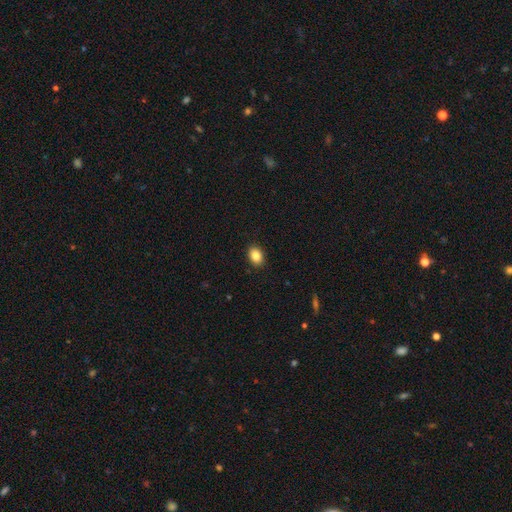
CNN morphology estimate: A smooth galaxy with no disk features (87%) that is in between round and cigar-shaped (72%).

Vote fractions:
- Smooth or featured? smooth: 87% / star or artifact: 9% / featured or disk: 4%
- How rounded? in between: 72% / round: 27% / cigar-shaped: 1%
- Merging? none: 90% / minor disturbance: 7% / major disturbance: 2% / merger: 1%